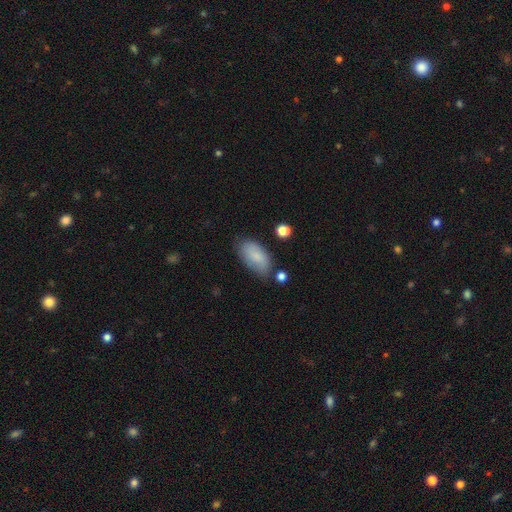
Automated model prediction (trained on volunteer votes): Smooth or featured?
  - smooth: 81% *
  - featured or disk: 12%
  - star or artifact: 7%
How rounded?
  - in between: 93% *
  - cigar-shaped: 5%
  - round: 3%
Merging?
  - none: 68% *
  - minor disturbance: 22%
  - major disturbance: 5%
  - merger: 4%